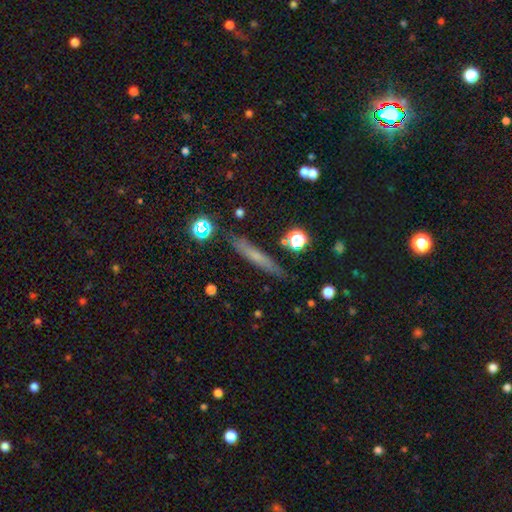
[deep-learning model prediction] smooth-or-featured: smooth: 56% | featured or disk: 32% | star or artifact: 12%
  how-rounded: cigar-shaped: 90% | in between: 6% | round: 4%
  merging: none: 86% | minor disturbance: 10% | major disturbance: 2% | merger: 2%